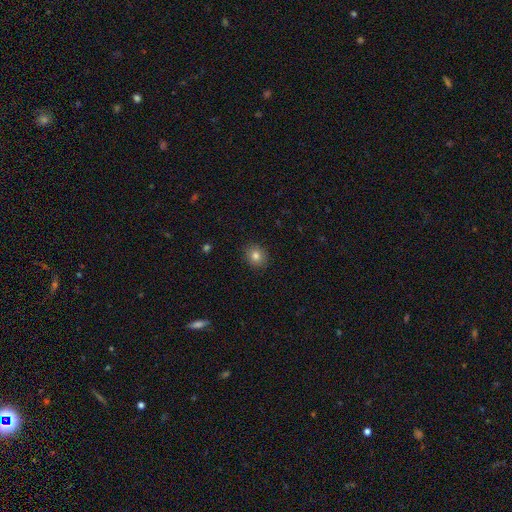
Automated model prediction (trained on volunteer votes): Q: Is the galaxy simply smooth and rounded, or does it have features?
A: smooth — 81%.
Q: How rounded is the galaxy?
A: round — 70%.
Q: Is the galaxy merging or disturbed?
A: none — 89%.